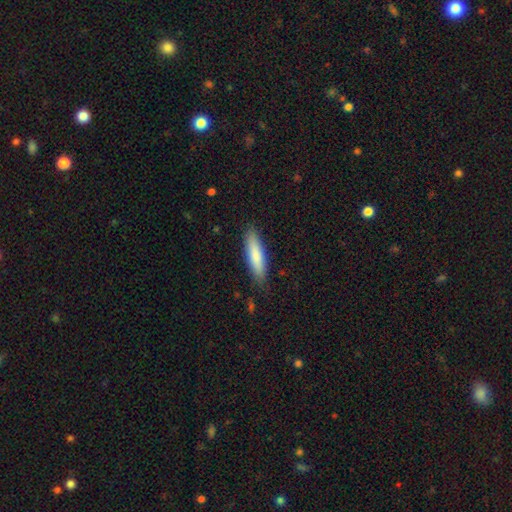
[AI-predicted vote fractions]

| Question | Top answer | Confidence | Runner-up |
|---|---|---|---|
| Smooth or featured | smooth | 82% | featured or disk (13%) |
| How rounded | cigar-shaped | 72% | in between (26%) |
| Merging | none | 84% | minor disturbance (12%) |